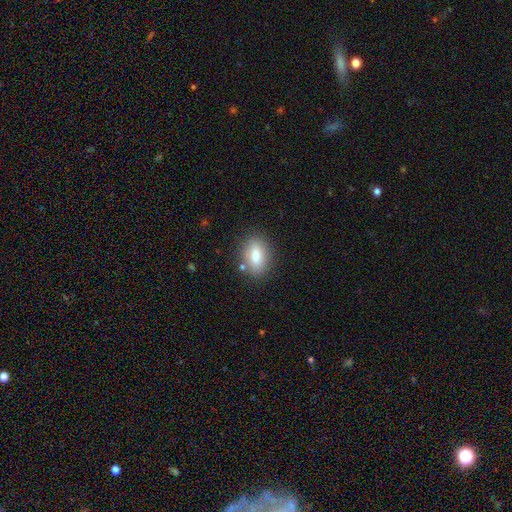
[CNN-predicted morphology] Q: Smooth or featured?
A: smooth (81%); runner-up: featured or disk (11%)
Q: How rounded?
A: in between (85%); runner-up: round (10%)
Q: Merging?
A: none (80%); runner-up: minor disturbance (12%)